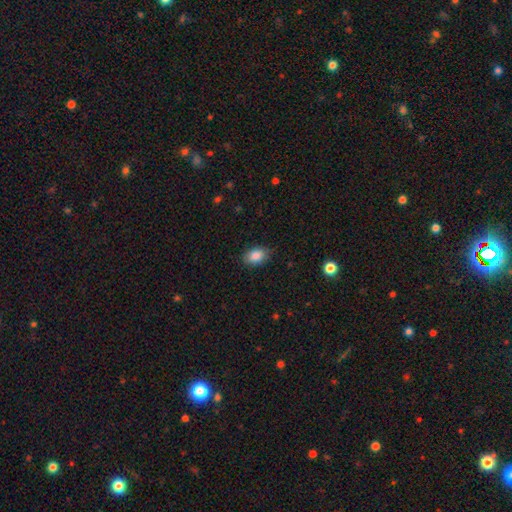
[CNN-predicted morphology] A smooth galaxy with no disk features (86%) that is in between round and cigar-shaped (84%). Merging: none (84%).